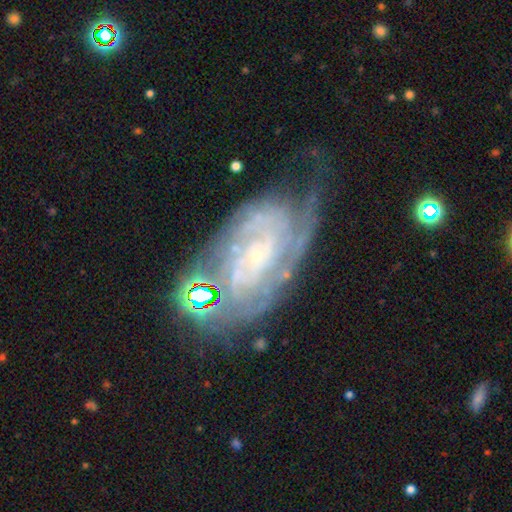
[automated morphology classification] This appears to be a featured or disk galaxy (84%) with no bar (65%), tight (70%) spiral arms (94%) and a small central bulge (85%). Merging: none (54%).